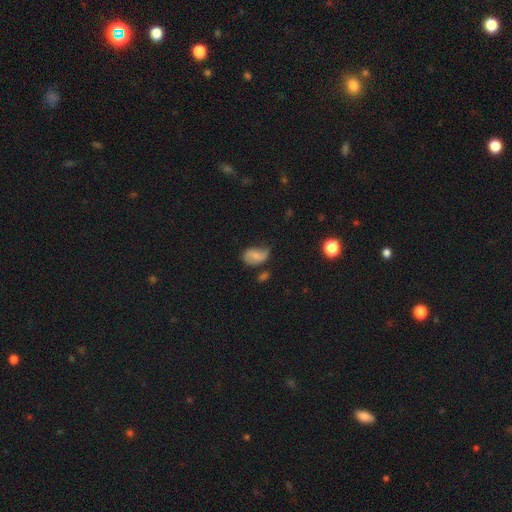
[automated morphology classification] A smooth galaxy with no disk features (49%). Merging: none (48%).